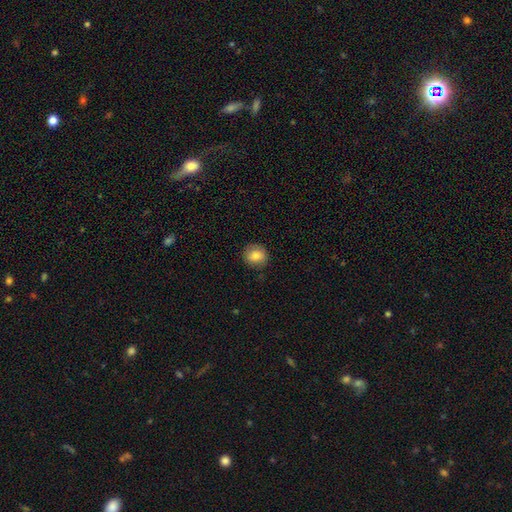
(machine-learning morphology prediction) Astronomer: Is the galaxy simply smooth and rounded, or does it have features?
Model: smooth — 82%.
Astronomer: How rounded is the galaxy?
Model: round — 78%.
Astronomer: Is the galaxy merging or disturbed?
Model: none — 84%.